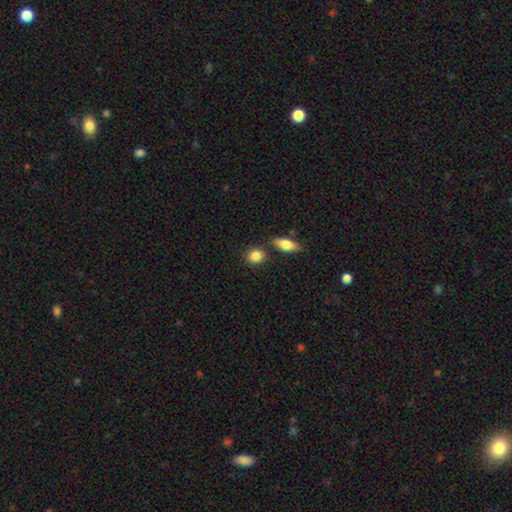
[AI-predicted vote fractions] Smooth or featured? Predicted: smooth (p=0.86). How rounded? Predicted: round (p=0.67). Merging? Predicted: none (p=0.74).